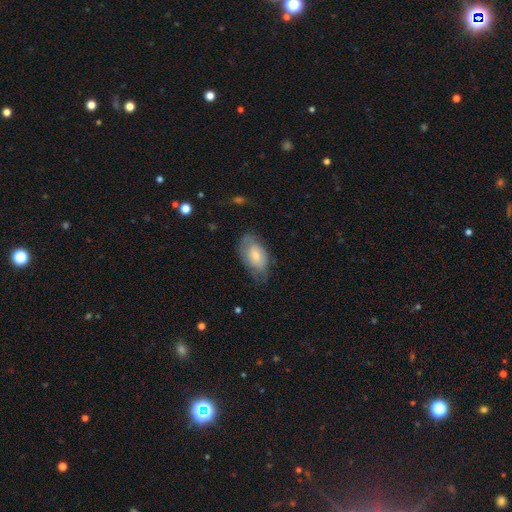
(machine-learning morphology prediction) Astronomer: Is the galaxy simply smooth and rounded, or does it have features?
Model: smooth — 62%.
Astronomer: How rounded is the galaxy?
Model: in between — 91%.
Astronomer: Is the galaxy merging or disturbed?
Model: none — 58%.